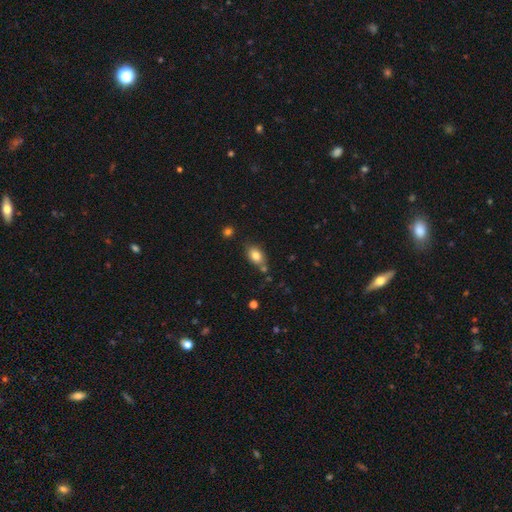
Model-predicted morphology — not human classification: The model was most divided on "merging": none: 67%, minor disturbance: 18%, merger: 11%, major disturbance: 4%. More confident: how rounded — in between (81%); smooth or featured — smooth (80%).